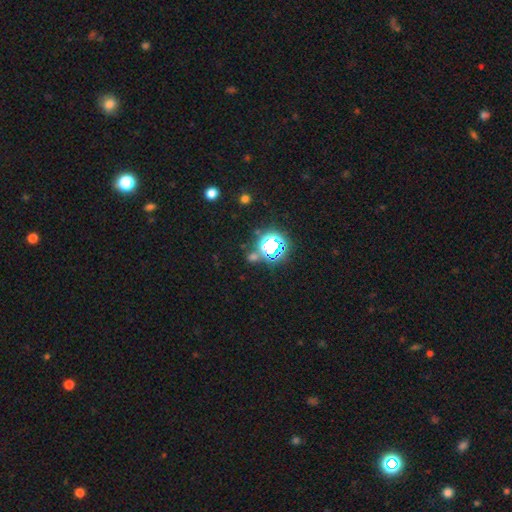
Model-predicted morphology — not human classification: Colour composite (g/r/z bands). It shows a star or artifact, not a galaxy (70%).